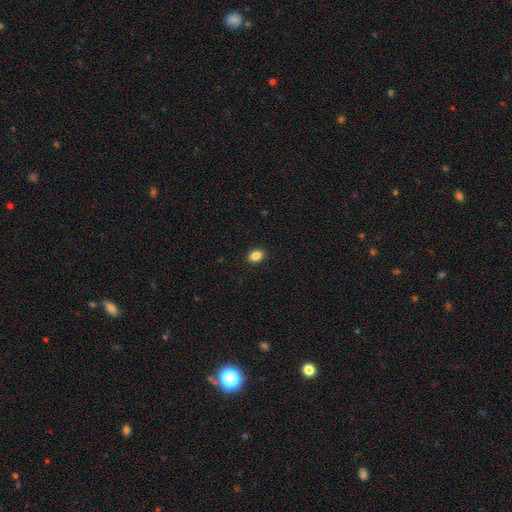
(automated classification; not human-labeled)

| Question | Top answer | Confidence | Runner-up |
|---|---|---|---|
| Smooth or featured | smooth | 87% | star or artifact (9%) |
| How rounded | in between | 69% | round (30%) |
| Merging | none | 91% | minor disturbance (6%) |